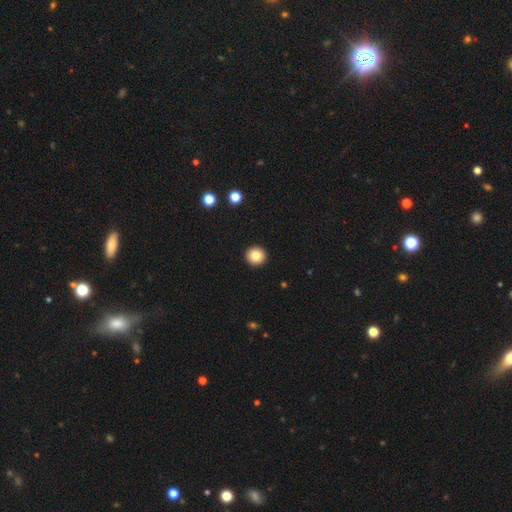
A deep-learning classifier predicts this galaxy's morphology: Smooth or featured? Predicted: smooth (p=0.83). How rounded? Predicted: round (p=0.95). Merging? Predicted: none (p=0.94).